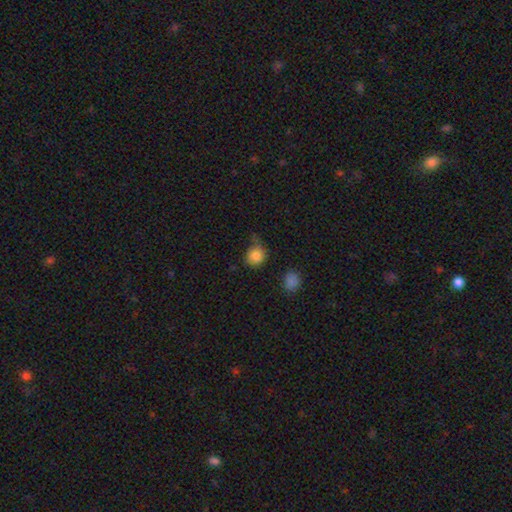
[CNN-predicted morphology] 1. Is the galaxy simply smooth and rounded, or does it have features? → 83% smooth, 11% star or artifact, 6% featured or disk.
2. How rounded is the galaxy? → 82% round, 17% in between, 1% cigar-shaped.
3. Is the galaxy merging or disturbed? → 63% none, 26% minor disturbance, 7% major disturbance, 5% merger.